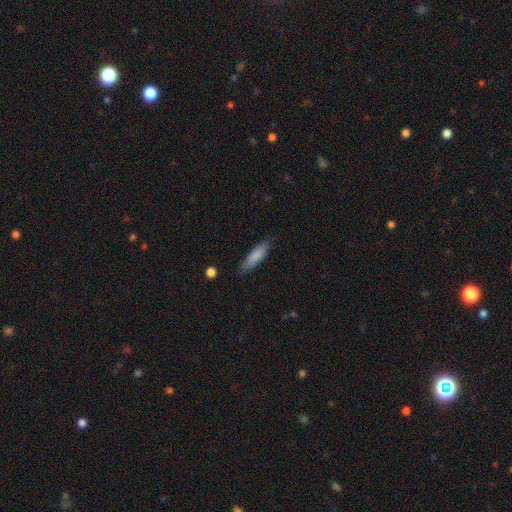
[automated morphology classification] Smooth or featured: smooth — 84% (featured or disk — 10%)
How rounded: cigar-shaped — 70% (in between — 29%)
Merging: none — 84% (minor disturbance — 12%)